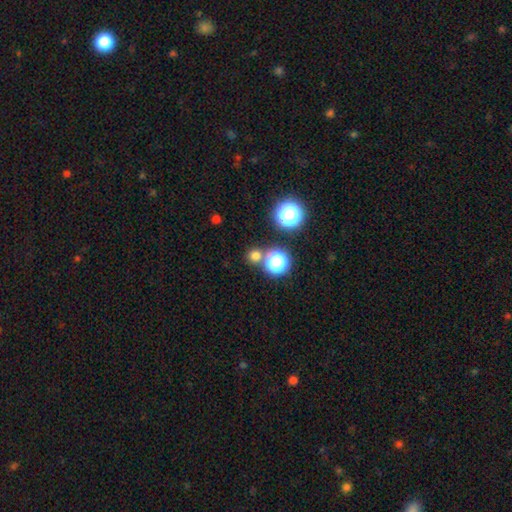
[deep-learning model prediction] Smooth or featured? smooth (68%)
How rounded? round (91%)
Merging? none (74%)